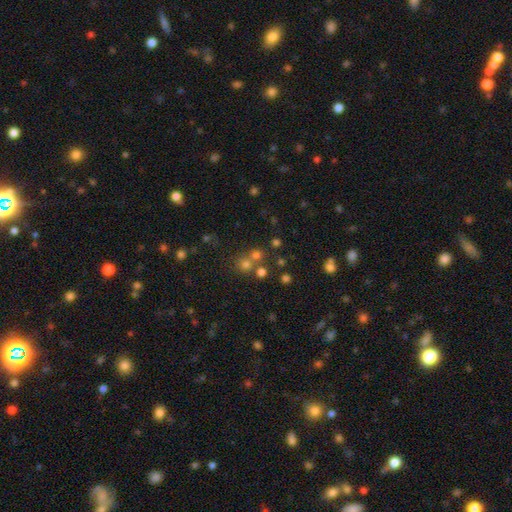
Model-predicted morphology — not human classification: Q: Smooth or featured?
A: smooth (56%); runner-up: star or artifact (32%)
Q: How rounded?
A: round (89%); runner-up: in between (10%)
Q: Merging?
A: none (60%); runner-up: merger (30%)